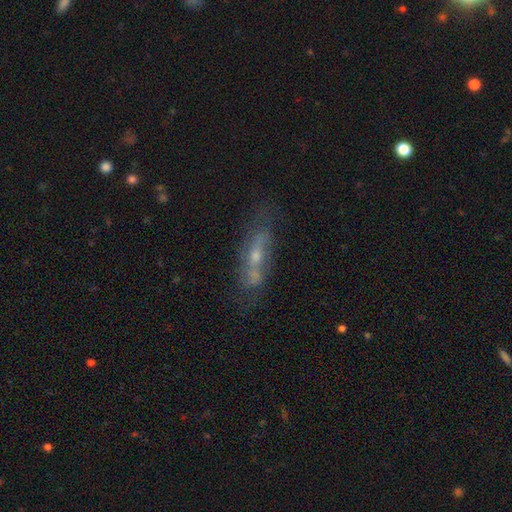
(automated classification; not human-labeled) Overall: featured or disk (52%; smooth 32%). Edge-on disk: no (55%; yes 45%). Merging: none (63%).